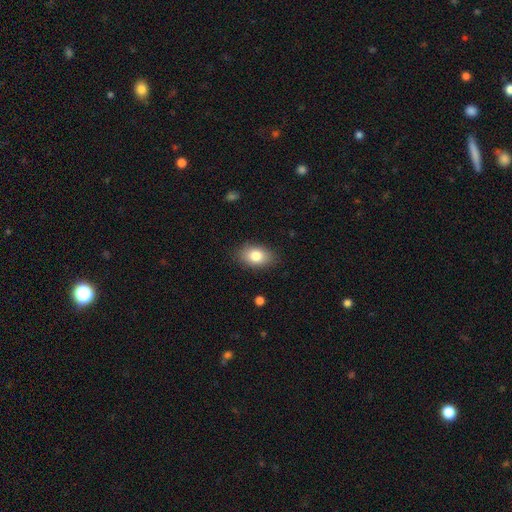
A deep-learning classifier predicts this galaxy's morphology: smooth 81%, featured or disk 11%, star or artifact 8%. Down the decision tree: how rounded — in between (86%); merging — none (84%).